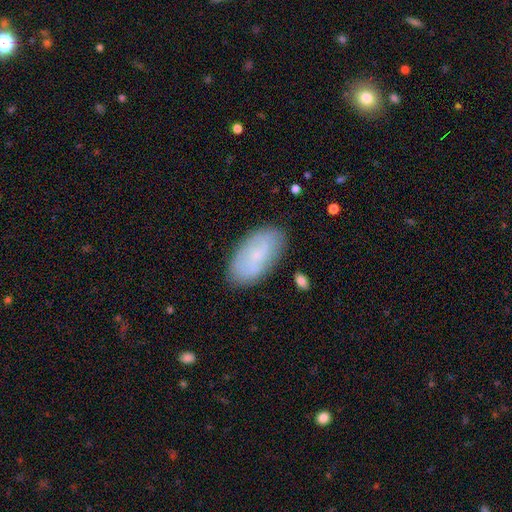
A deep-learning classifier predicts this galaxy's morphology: A smooth galaxy with no disk features (63%) that is in between round and cigar-shaped (94%). Merging: none (82%).